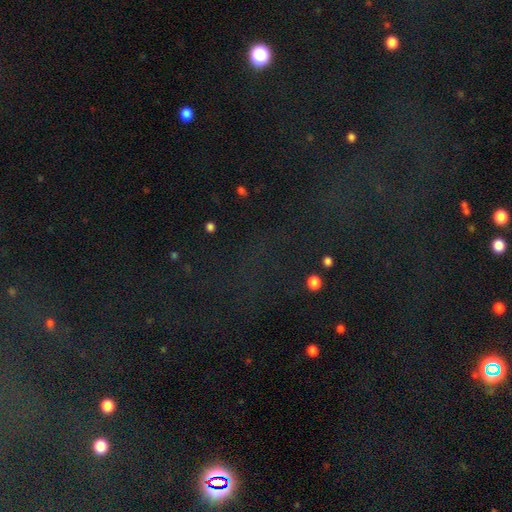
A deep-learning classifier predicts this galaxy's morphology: smooth_or_featured: star or artifact (p=0.72) [alt: smooth p=0.17]